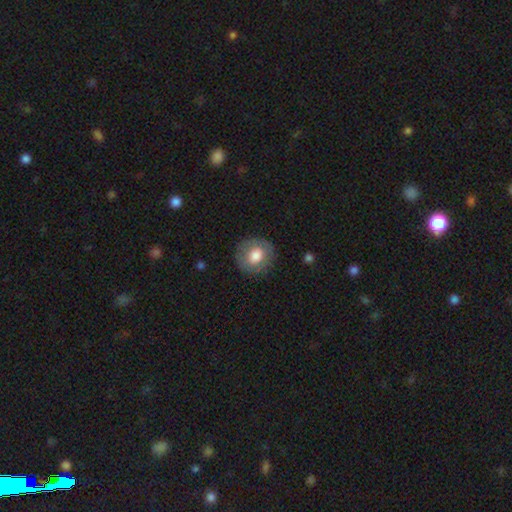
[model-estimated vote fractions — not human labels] A smooth galaxy with no disk features (72%) that is round (83%). Merging: none (82%).